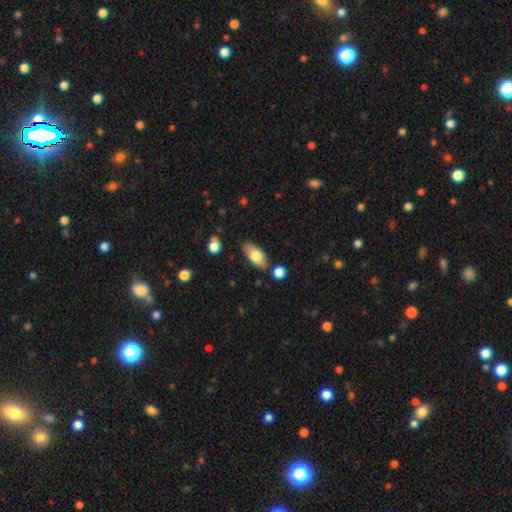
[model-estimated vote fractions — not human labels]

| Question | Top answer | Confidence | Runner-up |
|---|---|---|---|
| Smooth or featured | smooth | 75% | featured or disk (18%) |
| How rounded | in between | 88% | cigar-shaped (9%) |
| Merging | none | 80% | minor disturbance (12%) |